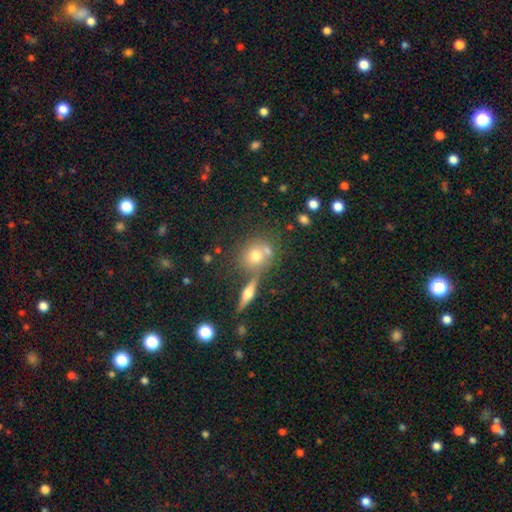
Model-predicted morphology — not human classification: smooth_or_featured: smooth (p=0.63) [alt: featured or disk p=0.23]
how_rounded: round (p=0.75) [alt: in between p=0.22]
merging: none (p=0.56) [alt: merger p=0.29]